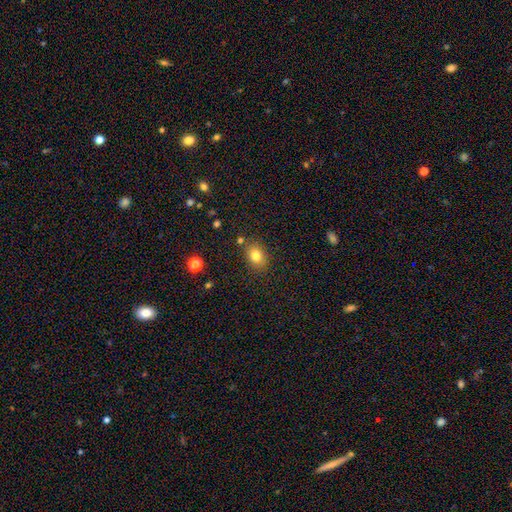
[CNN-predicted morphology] type=smooth (81%); roundness=in between (65%); merging=none (80%).